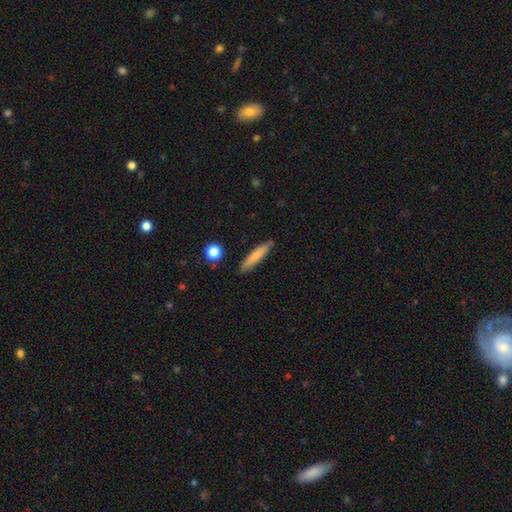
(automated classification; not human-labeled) Smooth or featured?
  - smooth: 75% *
  - featured or disk: 19%
  - star or artifact: 7%
How rounded?
  - cigar-shaped: 86% *
  - in between: 13%
  - round: 2%
Merging?
  - none: 84% *
  - minor disturbance: 11%
  - merger: 3%
  - major disturbance: 2%